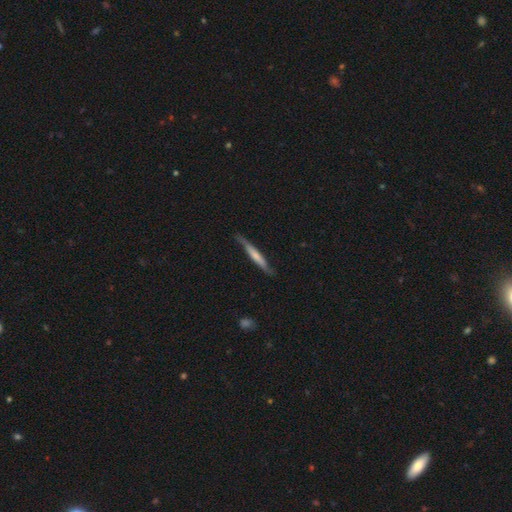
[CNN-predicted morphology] smooth 55%, featured or disk 40%, star or artifact 5%. Down the decision tree: how rounded — cigar-shaped (95%); merging — none (79%).